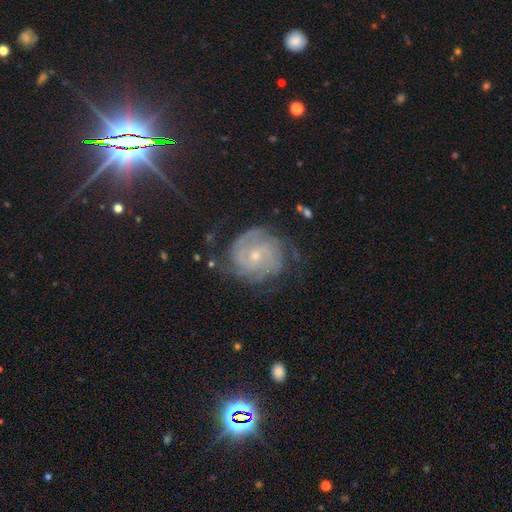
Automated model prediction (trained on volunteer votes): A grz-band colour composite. It shows a featured or disk galaxy (83%) with no bar (66%), tight (70%) spiral arms (95%) and a small central bulge (67%). Merging: none (70%).